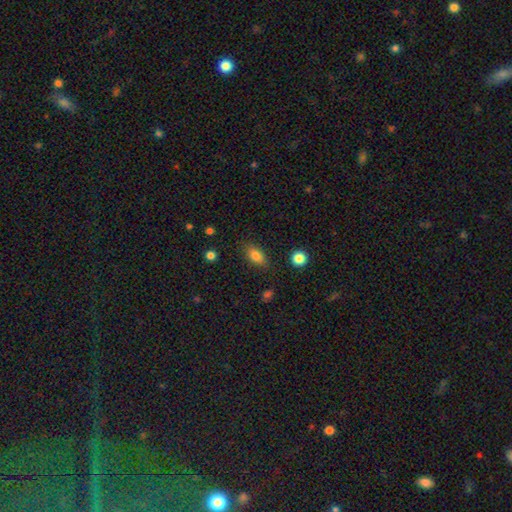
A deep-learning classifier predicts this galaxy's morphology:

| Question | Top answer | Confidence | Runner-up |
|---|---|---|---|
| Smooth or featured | smooth | 82% | star or artifact (9%) |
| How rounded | in between | 85% | round (9%) |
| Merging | none | 83% | minor disturbance (12%) |